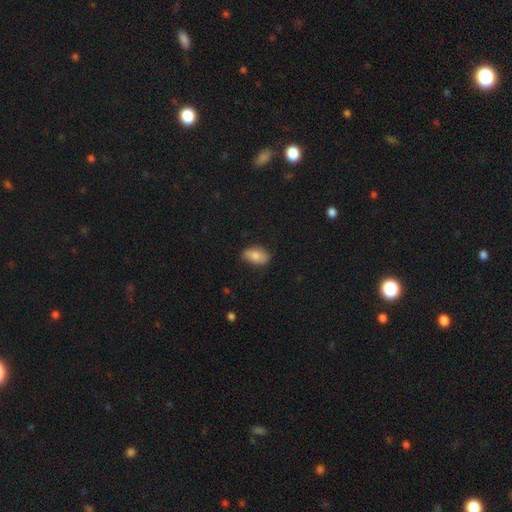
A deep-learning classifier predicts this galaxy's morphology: This is likely a smooth galaxy (77%). How rounded: clearly in between (89%). Merging: likely none (73%).